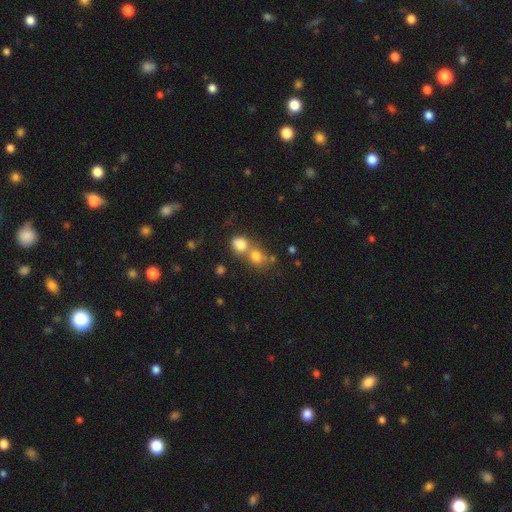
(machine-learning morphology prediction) The model was most divided on "merging": merger: 52%, none: 38%, minor disturbance: 7%, major disturbance: 3%. More confident: how rounded — round (77%); smooth or featured — smooth (72%).